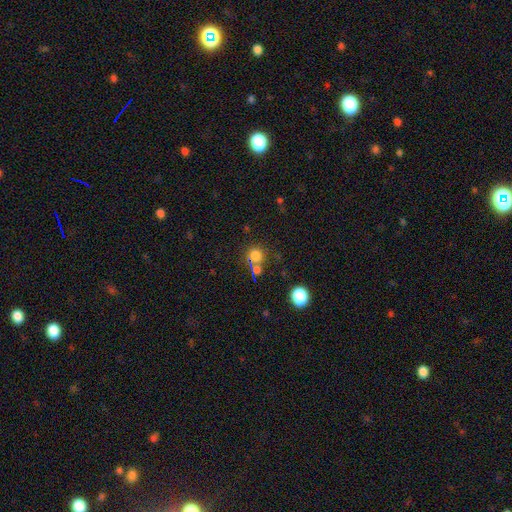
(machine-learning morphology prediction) This appears to be a smooth galaxy with no disk features (73%) that is round (86%). Merging: none (67%).